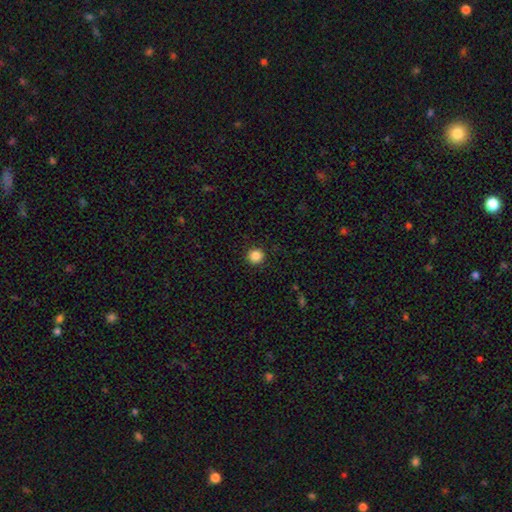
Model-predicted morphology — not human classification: type=smooth (86%); roundness=round (93%); merging=none (91%).